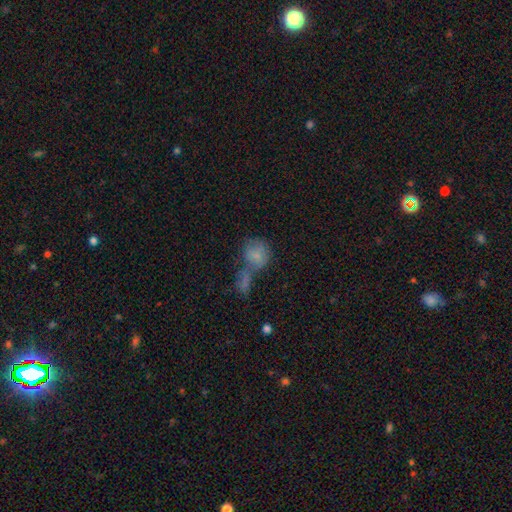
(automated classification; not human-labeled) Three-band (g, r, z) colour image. It shows a smooth galaxy with no disk features (72%) that is round (64%). Merging: merger (58%).